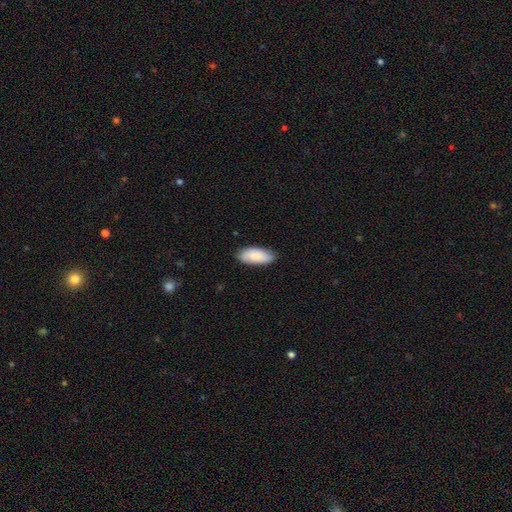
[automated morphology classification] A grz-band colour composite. It shows a smooth galaxy with no disk features (87%) that is in between round and cigar-shaped (86%). Merging: none (83%).